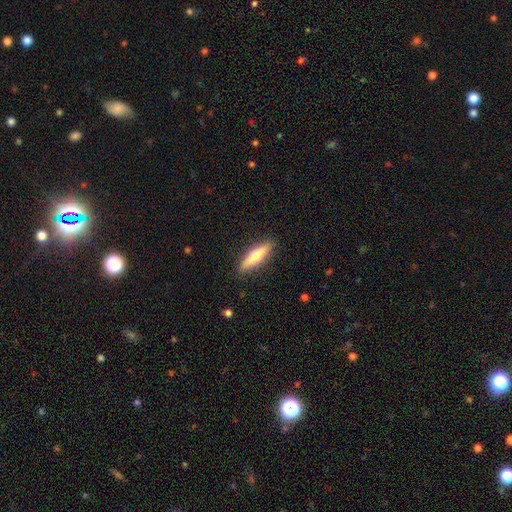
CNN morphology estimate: The model was most divided on "smooth or featured": smooth: 68%, featured or disk: 27%, star or artifact: 6%. More confident: merging — none (88%); how rounded — cigar-shaped (70%).